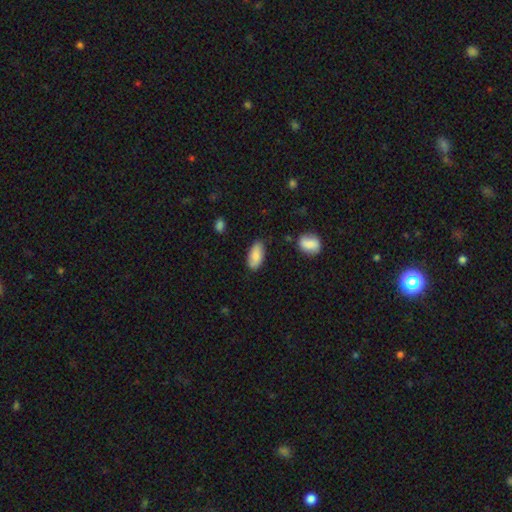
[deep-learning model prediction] A smooth galaxy with no disk features (87%) that is in between round and cigar-shaped (90%). Merging: none (80%).